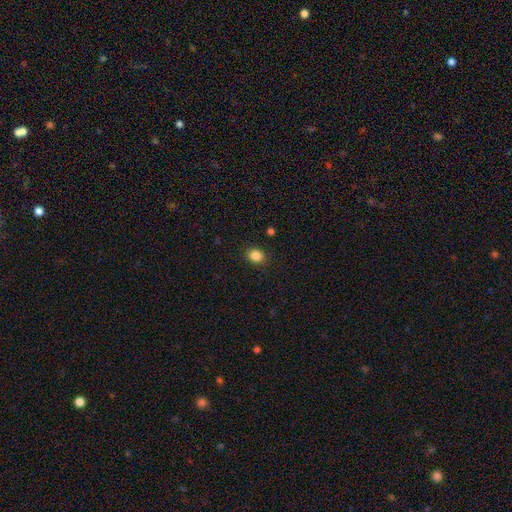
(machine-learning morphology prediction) This appears to be a smooth galaxy with no disk features (86%) that is round (58%). Merging: none (89%).